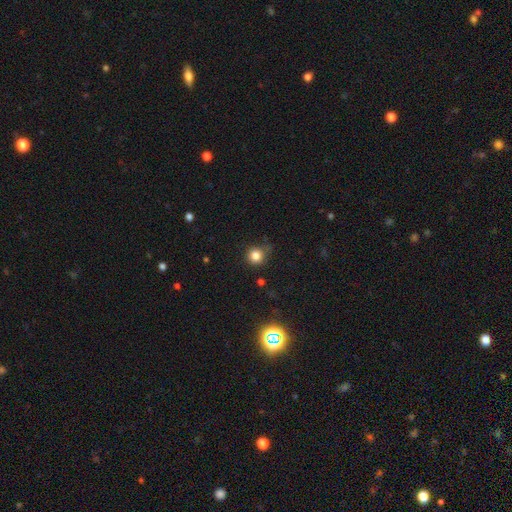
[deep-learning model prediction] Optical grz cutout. It shows a smooth galaxy with no disk features (81%) that is round (91%). Merging: none (72%).